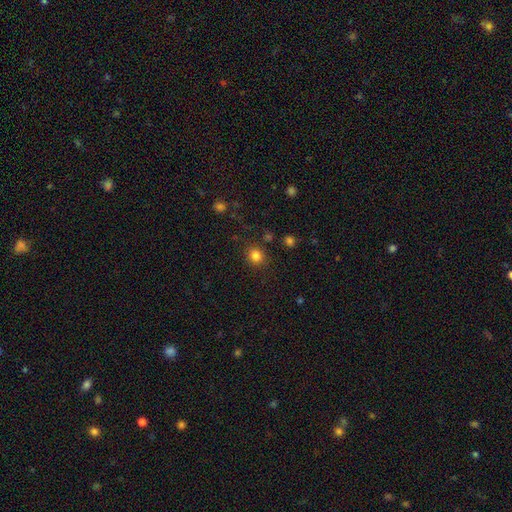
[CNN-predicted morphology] The model was most divided on "how rounded": round: 79%, in between: 20%, cigar-shaped: 1%. More confident: merging — none (86%); smooth or featured — smooth (83%).